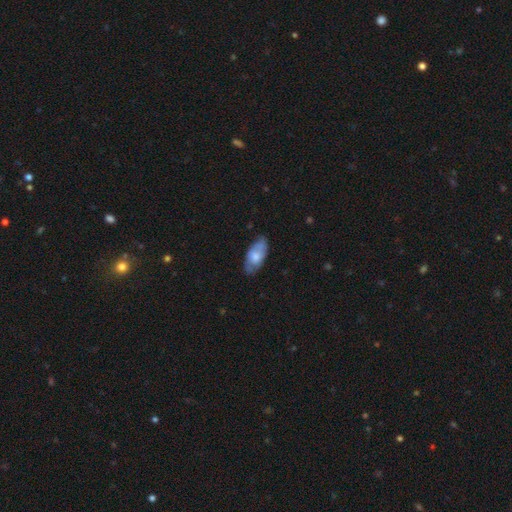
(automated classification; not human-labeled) Smooth or featured? Predicted: smooth (p=0.64). How rounded? Predicted: in between (p=0.89). Merging? Predicted: none (p=0.69).